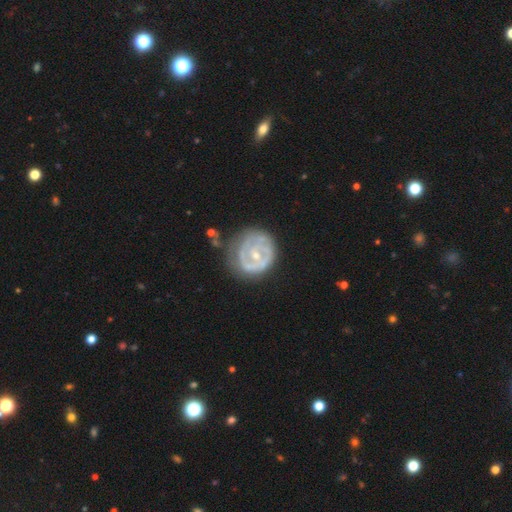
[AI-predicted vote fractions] Q: Smooth or featured?
A: featured or disk (79%); runner-up: smooth (16%)
Q: Edge-on disk?
A: no (98%); runner-up: yes (2%)
Q: Bar?
A: no (64%); runner-up: weak (28%)
Q: Spiral arms?
A: yes (78%); runner-up: no (22%)
Q: Spiral winding?
A: tight (68%); runner-up: medium (24%)
Q: Spiral arm count?
A: 2 (38%); runner-up: can't tell (33%)
Q: Bulge size?
A: small (60%); runner-up: moderate (36%)
Q: Merging?
A: none (61%); runner-up: minor disturbance (25%)